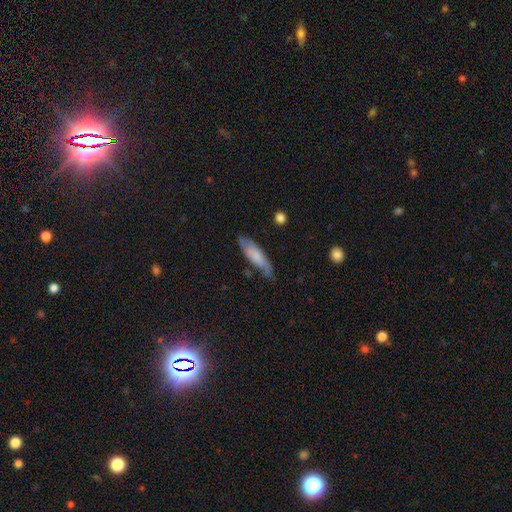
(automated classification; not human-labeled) smooth 61%, featured or disk 33%, star or artifact 6%. Down the decision tree: how rounded — cigar-shaped (57%); merging — none (62%).